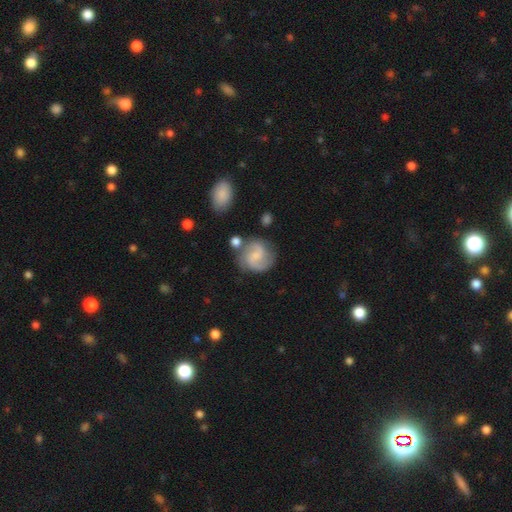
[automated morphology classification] smooth_or_featured: featured or disk (p=0.72) [alt: smooth p=0.21]
disk_edge_on: no (p=0.98) [alt: yes p=0.02]
bar: weak (p=0.46) [alt: no p=0.45]
has_spiral_arms: yes (p=0.94) [alt: no p=0.06]
spiral_winding: medium (p=0.52) [alt: loose p=0.27]
spiral_arm_count: 2 (p=0.87) [alt: can't tell p=0.06]
bulge_size: small (p=0.50) [alt: none p=0.24]
merging: none (p=0.70) [alt: minor disturbance p=0.16]